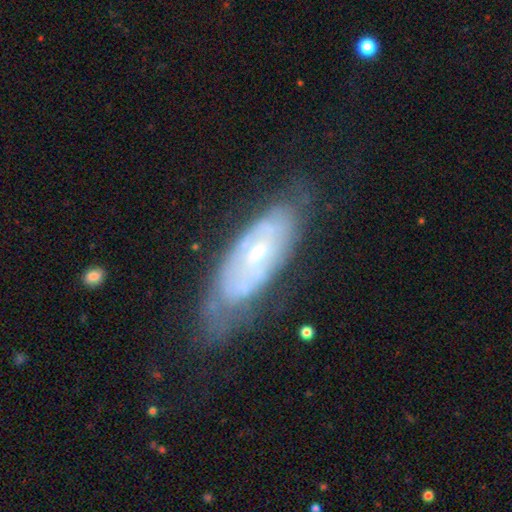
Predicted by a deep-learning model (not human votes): Smooth or featured?
  - featured or disk: 72% *
  - smooth: 21%
  - star or artifact: 7%
Edge-on disk?
  - no: 86% *
  - yes: 14%
Bar?
  - no: 62% *
  - weak: 31%
  - strong: 7%
Spiral arms?
  - yes: 75% *
  - no: 25%
Bulge size?
  - small: 66% *
  - moderate: 29%
  - none: 3%
  - large: 2%
  - dominant: 1%
Merging?
  - none: 58% *
  - minor disturbance: 27%
  - major disturbance: 12%
  - merger: 3%